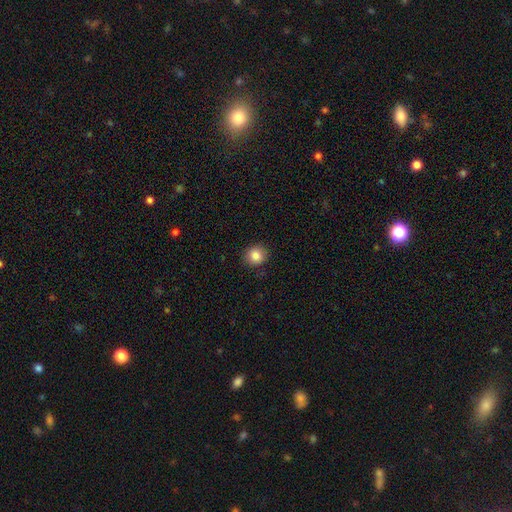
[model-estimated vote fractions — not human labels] This appears to be a smooth galaxy with no disk features (84%) that is round (83%). Merging: none (90%).